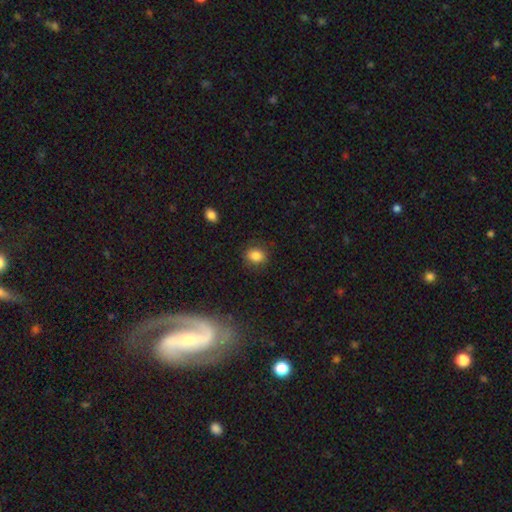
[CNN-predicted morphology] Smooth or featured: smooth — 85% (star or artifact — 10%)
How rounded: round — 52% (in between — 46%)
Merging: none — 84% (minor disturbance — 12%)